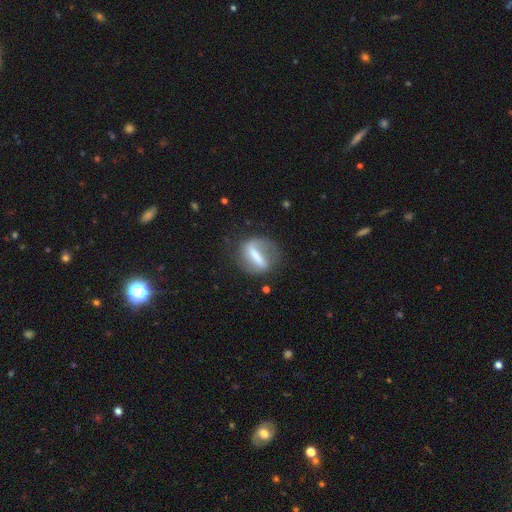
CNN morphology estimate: A featured or disk galaxy (62%) with a strong bar (78%), no spiral arms (51%) and no central bulge (38%).

Vote fractions:
- Smooth or featured? featured or disk: 62% / smooth: 30% / star or artifact: 8%
- Edge-on disk? no: 86% / yes: 14%
- Bar? strong: 78% / weak: 15% / no: 7%
- Spiral arms? no: 51% / yes: 49%
- Bulge size? none: 38% / moderate: 24% / small: 22% / large: 12% / dominant: 4%
- Merging? none: 62% / minor disturbance: 19% / major disturbance: 16% / merger: 3%